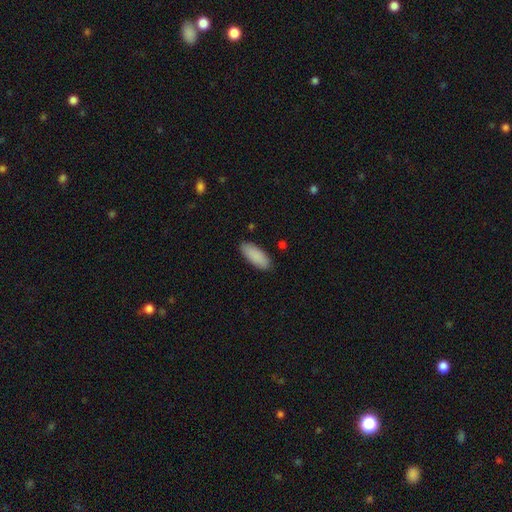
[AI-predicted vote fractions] This appears to be a smooth galaxy with no disk features (89%) that is in between round and cigar-shaped (77%). Merging: none (87%).